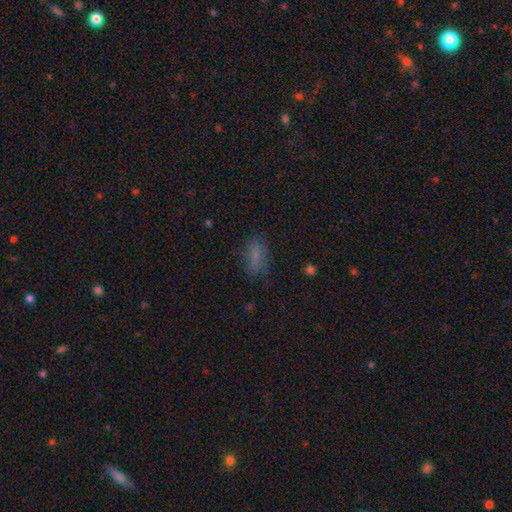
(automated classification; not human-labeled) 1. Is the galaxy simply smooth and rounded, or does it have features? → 74% smooth, 14% star or artifact, 11% featured or disk.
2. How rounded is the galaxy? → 82% in between, 12% cigar-shaped, 6% round.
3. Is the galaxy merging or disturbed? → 73% none, 18% minor disturbance, 7% major disturbance, 2% merger.